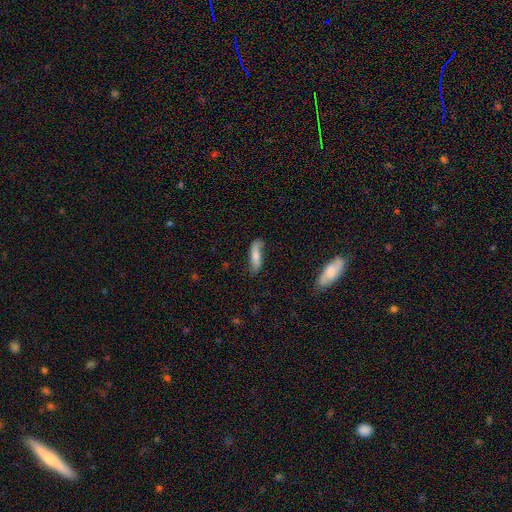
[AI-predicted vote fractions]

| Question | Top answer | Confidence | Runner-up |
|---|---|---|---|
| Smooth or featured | smooth | 67% | featured or disk (26%) |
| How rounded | cigar-shaped | 59% | in between (38%) |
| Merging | none | 68% | minor disturbance (23%) |